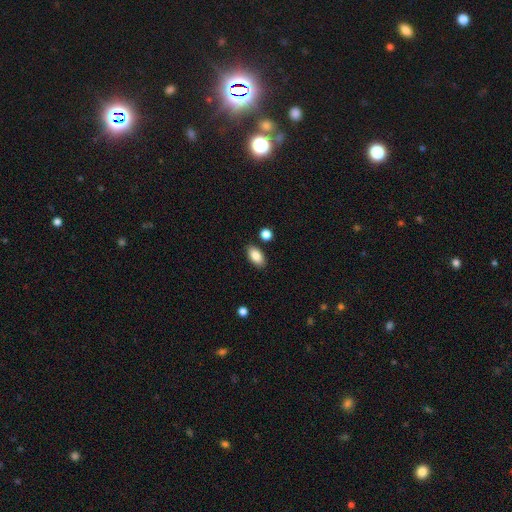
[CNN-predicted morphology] smooth-or-featured: smooth: 85% | star or artifact: 8% | featured or disk: 7%
  how-rounded: in between: 92% | round: 5% | cigar-shaped: 3%
  merging: none: 86% | minor disturbance: 9% | merger: 3% | major disturbance: 2%